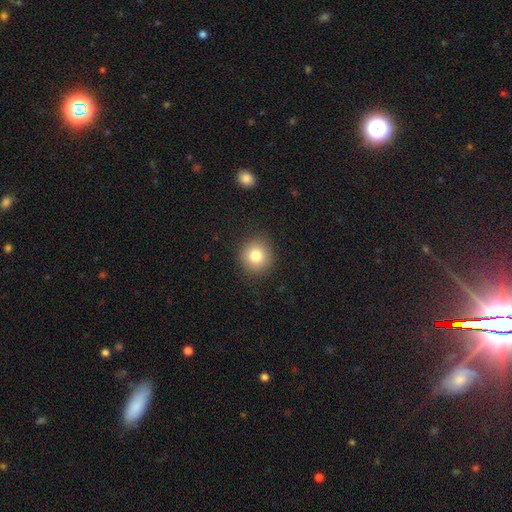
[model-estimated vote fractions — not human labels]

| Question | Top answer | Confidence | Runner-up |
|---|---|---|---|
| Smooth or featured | smooth | 81% | star or artifact (11%) |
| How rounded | round | 91% | in between (8%) |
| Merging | none | 90% | minor disturbance (7%) |